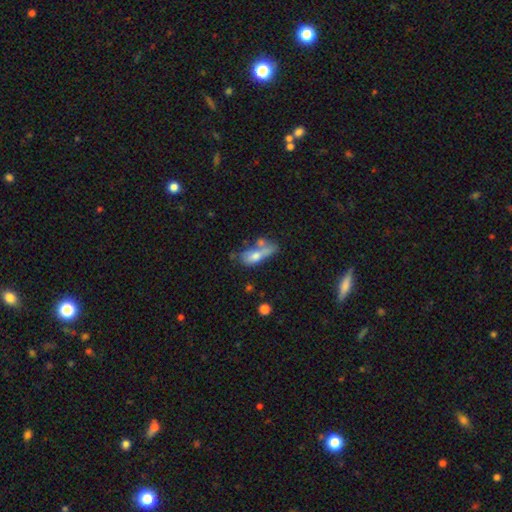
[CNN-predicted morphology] Smooth or featured? Predicted: smooth (p=0.62). How rounded? Predicted: in between (p=0.68). Merging? Predicted: merger (p=0.37).